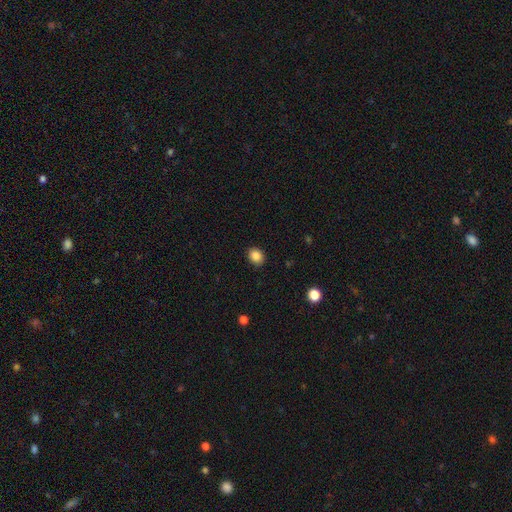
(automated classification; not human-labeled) Smooth or featured?
  - smooth: 86% *
  - star or artifact: 10%
  - featured or disk: 4%
How rounded?
  - round: 54% *
  - in between: 45%
  - cigar-shaped: 1%
Merging?
  - none: 90% *
  - minor disturbance: 7%
  - major disturbance: 2%
  - merger: 1%